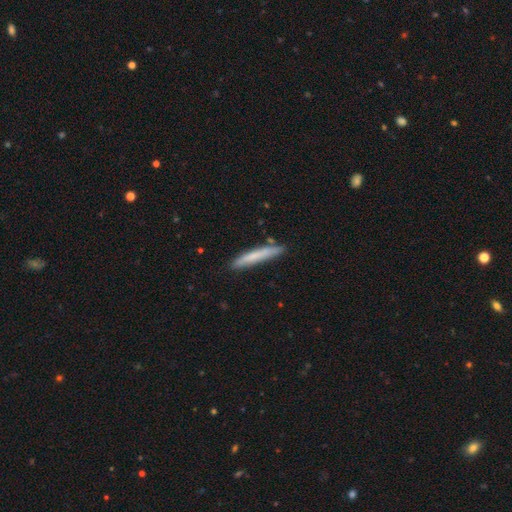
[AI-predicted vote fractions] Smooth or featured?
  - smooth: 67% *
  - featured or disk: 27%
  - star or artifact: 6%
How rounded?
  - cigar-shaped: 95% *
  - in between: 4%
  - round: 1%
Merging?
  - none: 82% *
  - minor disturbance: 13%
  - merger: 3%
  - major disturbance: 2%